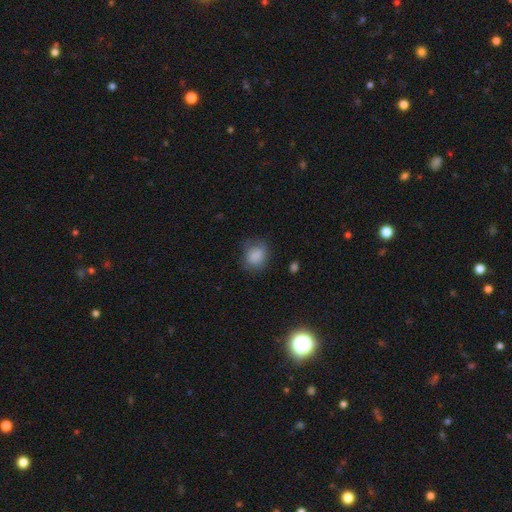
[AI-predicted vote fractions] This appears to be a smooth galaxy with no disk features (82%) that is round (58%). Merging: none (63%).